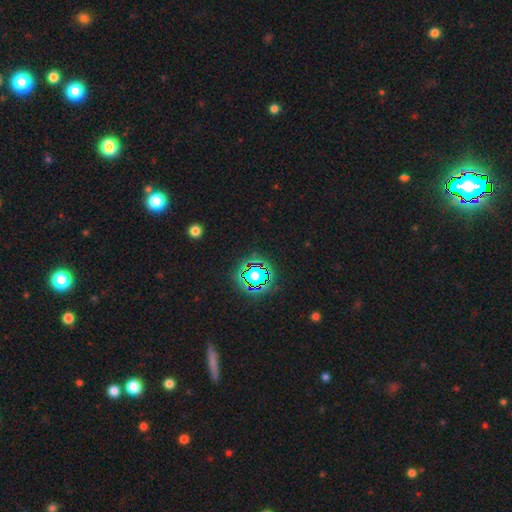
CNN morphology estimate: Smooth or featured: star or artifact — 80% (smooth — 12%)